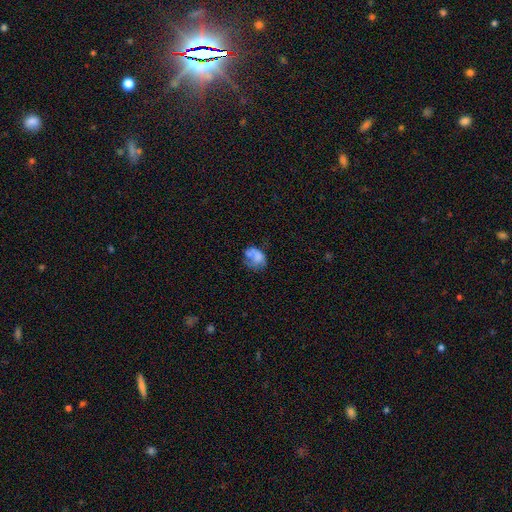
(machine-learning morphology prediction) Smooth or featured? smooth (59%)
How rounded? in between (55%)
Merging? none (35%)